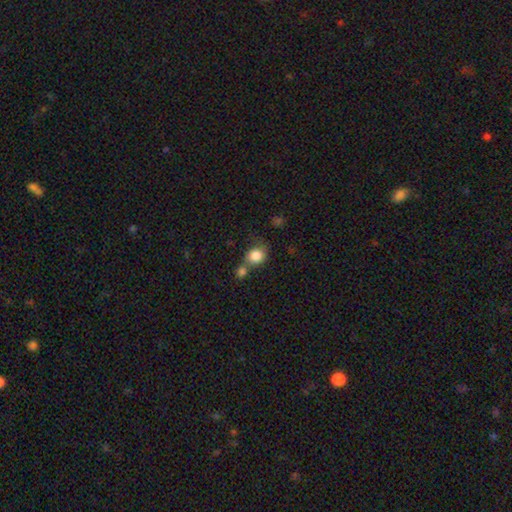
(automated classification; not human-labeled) smooth_or_featured: smooth (p=0.83) [alt: star or artifact p=0.09]
how_rounded: round (p=0.75) [alt: in between p=0.24]
merging: merger (p=0.40) [alt: none p=0.38]